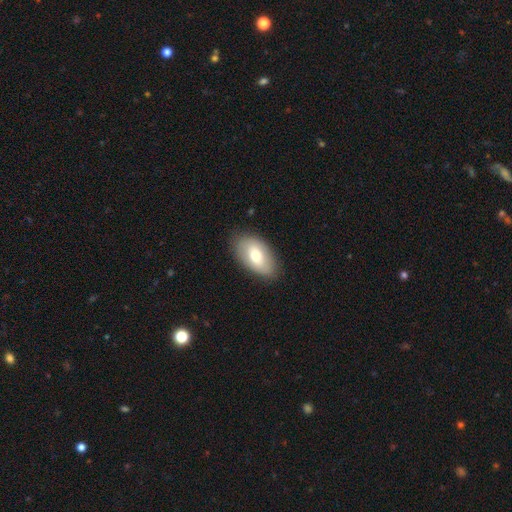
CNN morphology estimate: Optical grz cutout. It shows a smooth galaxy with no disk features (66%) that is in between round and cigar-shaped (93%). Merging: none (83%).